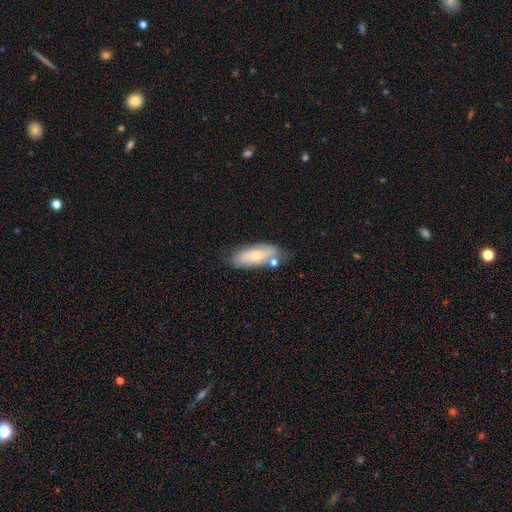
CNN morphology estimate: Smooth or featured? smooth (55%)
How rounded? in between (76%)
Merging? none (60%)